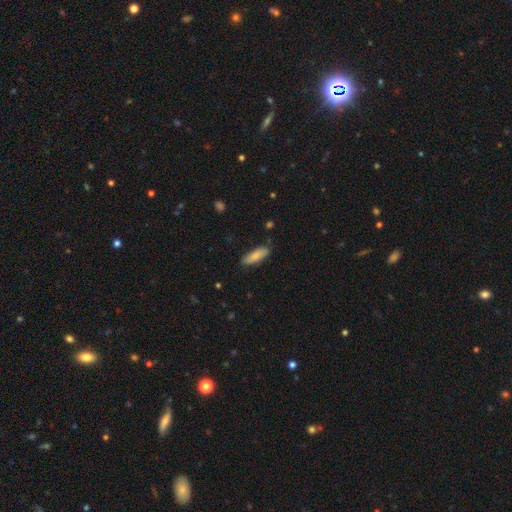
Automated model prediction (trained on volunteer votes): Smooth or featured?
  - smooth: 83% *
  - featured or disk: 11%
  - star or artifact: 6%
How rounded?
  - in between: 52% *
  - cigar-shaped: 46%
  - round: 2%
Merging?
  - none: 82% *
  - minor disturbance: 14%
  - major disturbance: 2%
  - merger: 1%